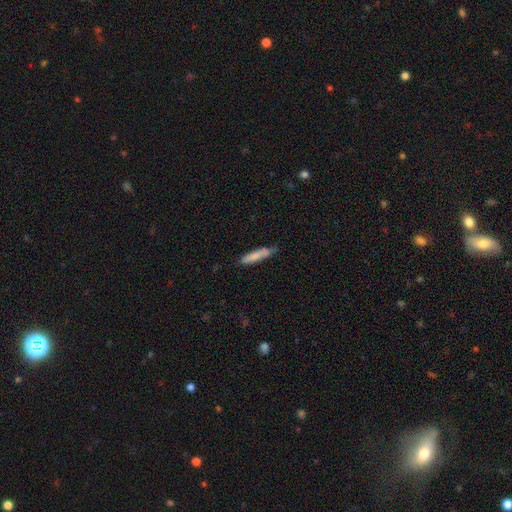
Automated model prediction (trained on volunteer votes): Smooth or featured?
  - smooth: 78% *
  - featured or disk: 16%
  - star or artifact: 6%
How rounded?
  - cigar-shaped: 87% *
  - in between: 12%
  - round: 1%
Merging?
  - none: 68% *
  - minor disturbance: 24%
  - major disturbance: 4%
  - merger: 3%